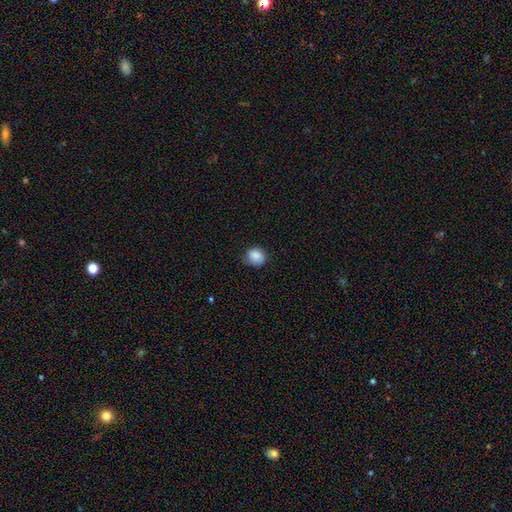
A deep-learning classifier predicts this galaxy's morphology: Overall: smooth (85%). How rounded: round (73%). Merging: none (63%; minor disturbance 28%).